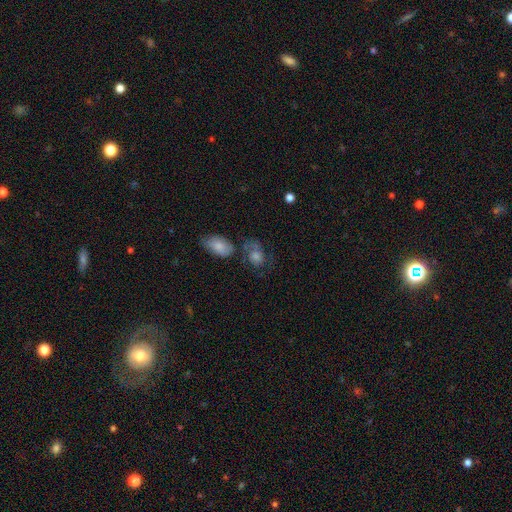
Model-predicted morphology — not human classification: A smooth galaxy with no disk features (46%).

Vote fractions:
- Smooth or featured? smooth: 46% / featured or disk: 37% / star or artifact: 17%
- Merging? none: 46% / merger: 24% / minor disturbance: 17% / major disturbance: 13%